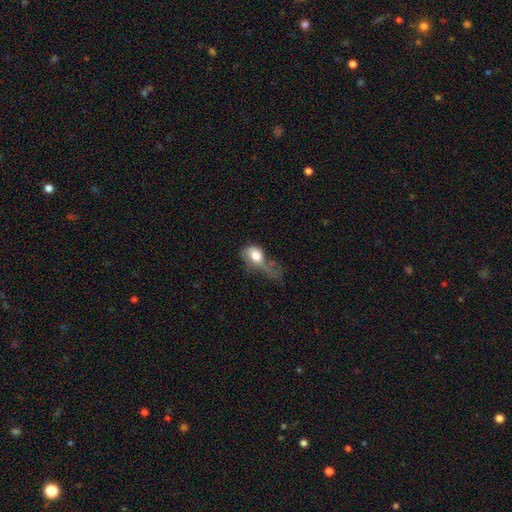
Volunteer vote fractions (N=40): Volunteers were most divided on "how rounded": in between: 59%, round: 30%, cigar-shaped: 11%. More confident: smooth or featured — smooth (68%); merging — major disturbance (55%).